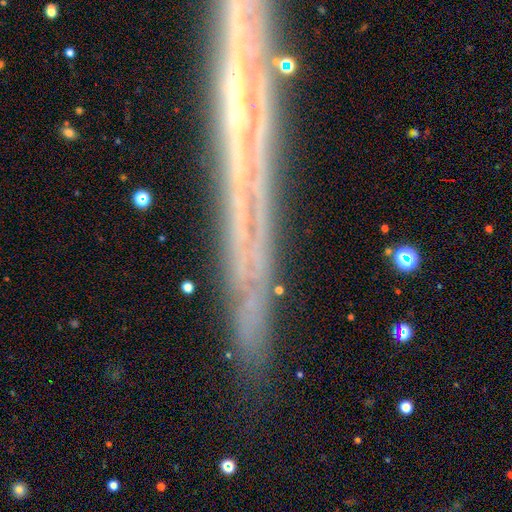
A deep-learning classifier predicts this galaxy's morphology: Q: Smooth or featured?
A: featured or disk (53%); runner-up: star or artifact (25%)
Q: Edge-on disk?
A: yes (73%); runner-up: no (27%)
Q: Merging?
A: none (83%); runner-up: minor disturbance (11%)